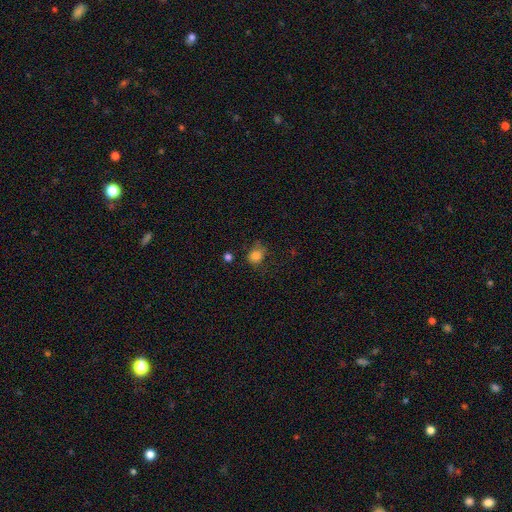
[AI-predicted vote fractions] Smooth or featured: smooth — 82% (star or artifact — 12%)
How rounded: round — 71% (in between — 28%)
Merging: none — 64% (minor disturbance — 24%)